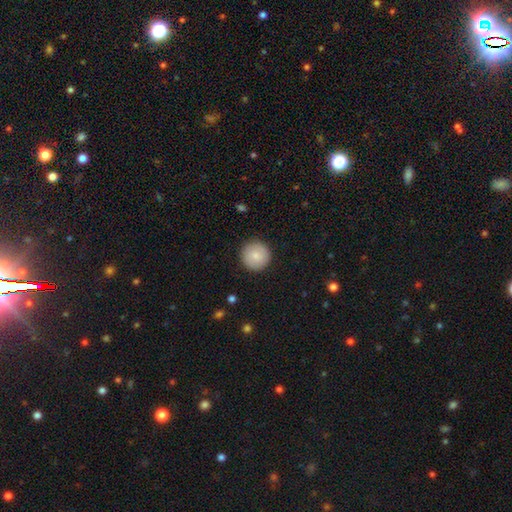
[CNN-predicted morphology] smooth-or-featured: smooth: 84% | featured or disk: 10% | star or artifact: 6%
  how-rounded: round: 96% | in between: 3% | cigar-shaped: 1%
  merging: none: 91% | minor disturbance: 6% | major disturbance: 2% | merger: 1%